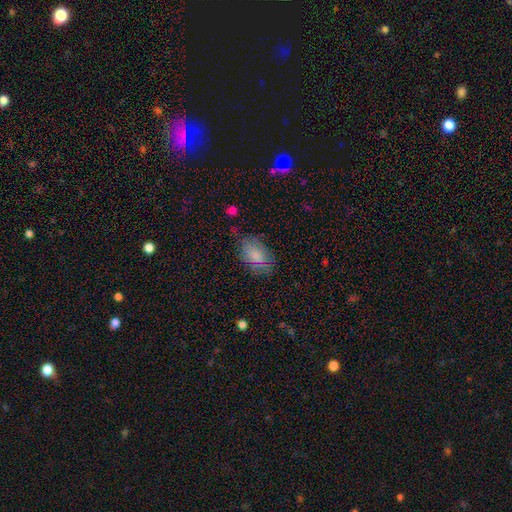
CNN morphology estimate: A smooth galaxy with no disk features (77%) that is in between round and cigar-shaped (90%). Merging: none (71%).